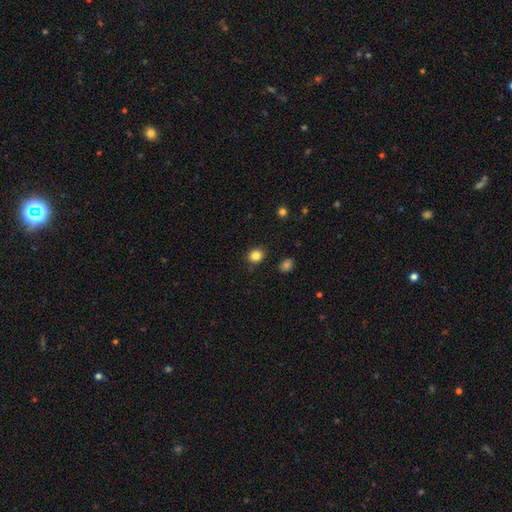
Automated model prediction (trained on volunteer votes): A smooth galaxy with no disk features (84%) that is round (78%). Merging: none (86%).